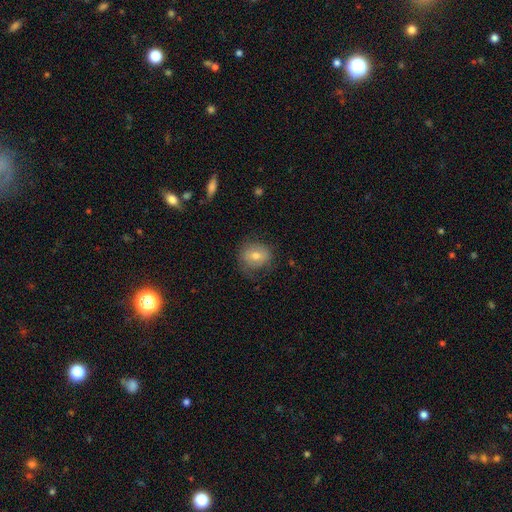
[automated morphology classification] This appears to be a smooth galaxy with no disk features (67%) that is round (66%). Merging: none (67%).